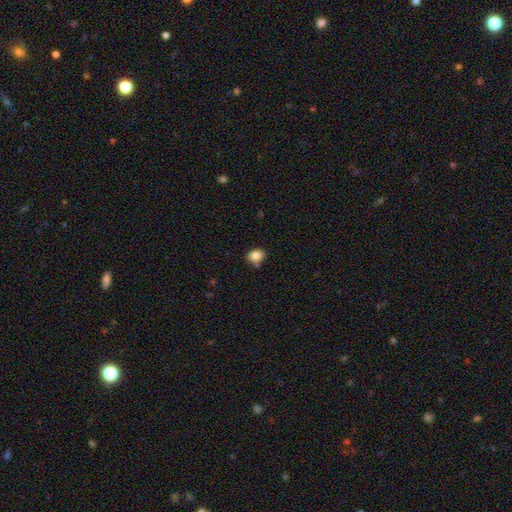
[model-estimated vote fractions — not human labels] Smooth or featured: smooth — 84% (star or artifact — 9%)
How rounded: in between — 60% (round — 39%)
Merging: none — 72% (minor disturbance — 16%)